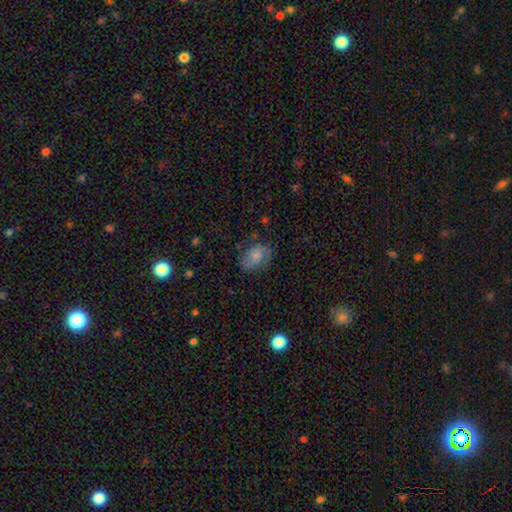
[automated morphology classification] Smooth or featured? smooth (68%)
How rounded? in between (81%)
Merging? none (66%)